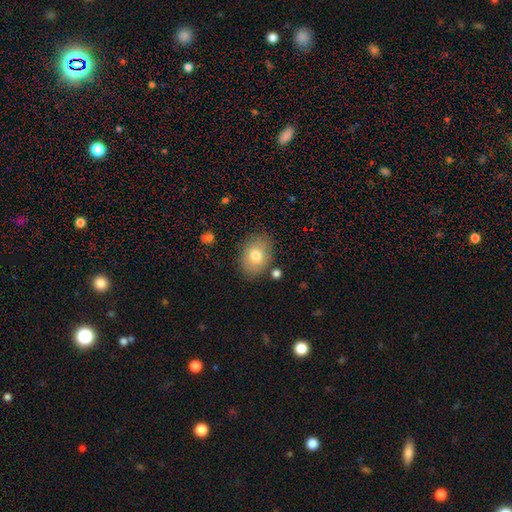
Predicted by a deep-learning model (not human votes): This is likely a smooth galaxy (77%). How rounded: likely in between (74%). Merging: clearly none (82%).